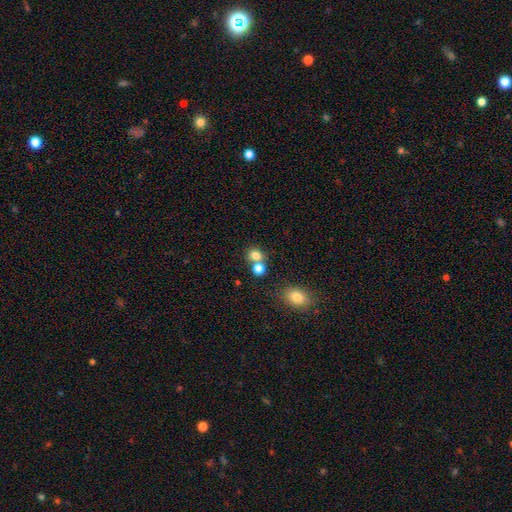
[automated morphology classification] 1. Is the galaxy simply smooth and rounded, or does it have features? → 79% smooth, 13% star or artifact, 8% featured or disk.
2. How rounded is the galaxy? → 71% round, 28% in between, 1% cigar-shaped.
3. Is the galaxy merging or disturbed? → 52% none, 36% merger, 8% minor disturbance, 3% major disturbance.